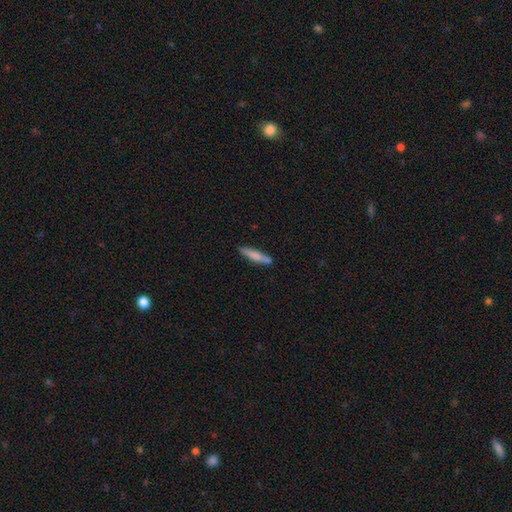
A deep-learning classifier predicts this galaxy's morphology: smooth-or-featured: smooth: 75% | featured or disk: 19% | star or artifact: 6%
  how-rounded: cigar-shaped: 88% | in between: 10% | round: 1%
  merging: none: 82% | minor disturbance: 13% | merger: 4% | major disturbance: 2%